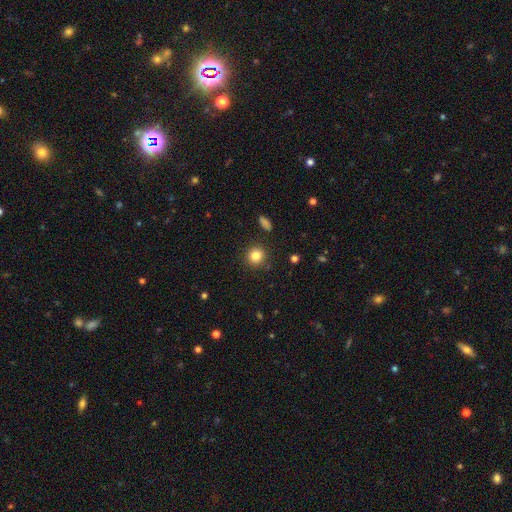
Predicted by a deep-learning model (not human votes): A smooth galaxy with no disk features (84%) that is round (90%).

Vote fractions:
- Smooth or featured? smooth: 84% / star or artifact: 11% / featured or disk: 6%
- How rounded? round: 90% / in between: 9% / cigar-shaped: 1%
- Merging? none: 88% / minor disturbance: 7% / major disturbance: 2% / merger: 2%